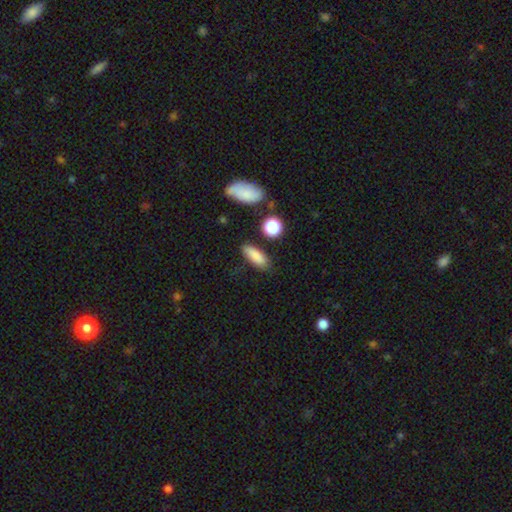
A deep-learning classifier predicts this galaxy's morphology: The model was most divided on "how rounded": in between: 66%, cigar-shaped: 28%, round: 5%. More confident: smooth or featured — smooth (84%); merging — none (80%).